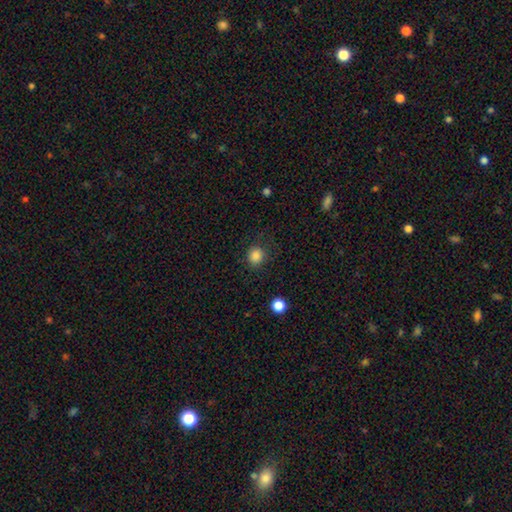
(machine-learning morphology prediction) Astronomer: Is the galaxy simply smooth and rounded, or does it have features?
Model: smooth — 86%.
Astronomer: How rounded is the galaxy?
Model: round — 87%.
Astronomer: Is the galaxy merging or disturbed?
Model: none — 84%.